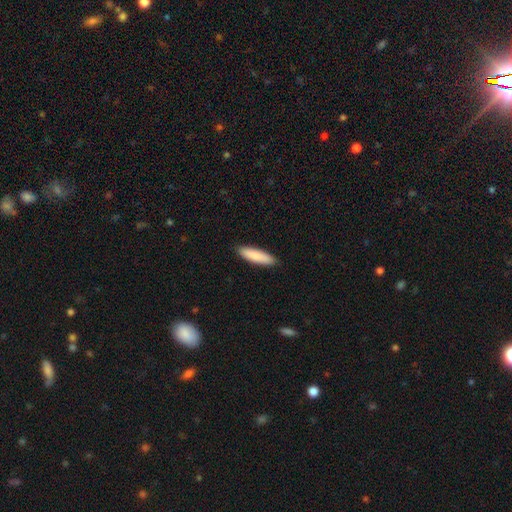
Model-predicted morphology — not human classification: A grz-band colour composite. It shows a smooth galaxy with no disk features (86%) that is cigar-shaped (70%). Merging: none (90%).